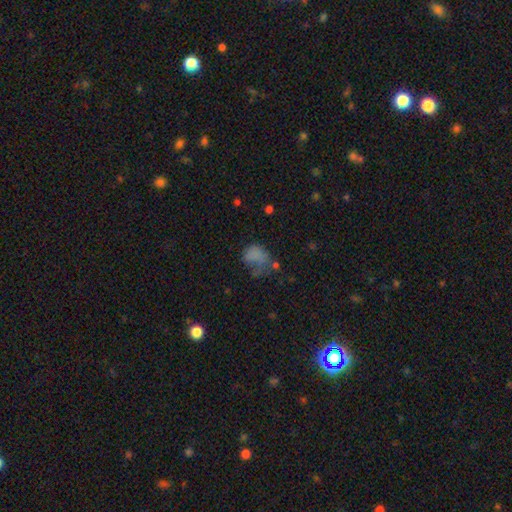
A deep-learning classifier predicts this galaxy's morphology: Smooth or featured?
  - smooth: 66% *
  - featured or disk: 20%
  - star or artifact: 13%
How rounded?
  - in between: 57% *
  - round: 41%
  - cigar-shaped: 1%
Merging?
  - major disturbance: 45% *
  - none: 26%
  - minor disturbance: 22%
  - merger: 8%